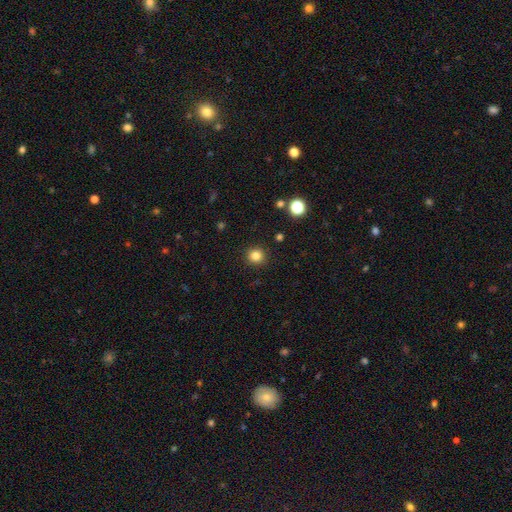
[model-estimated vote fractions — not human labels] A smooth galaxy with no disk features (83%) that is round (92%).

Vote fractions:
- Smooth or featured? smooth: 83% / star or artifact: 12% / featured or disk: 5%
- How rounded? round: 92% / in between: 7% / cigar-shaped: 1%
- Merging? none: 92% / minor disturbance: 5% / major disturbance: 2% / merger: 1%